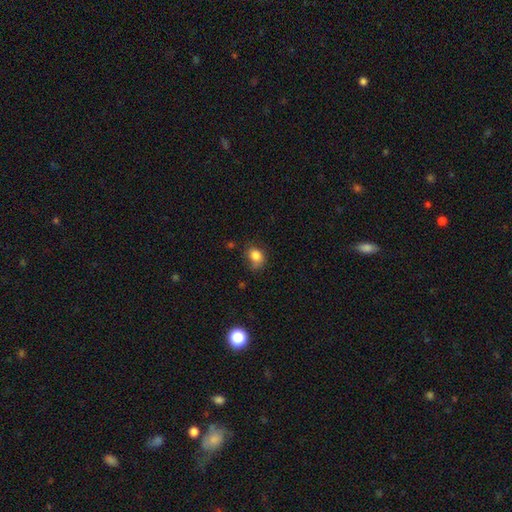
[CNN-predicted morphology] smooth_or_featured: smooth (p=0.82) [alt: star or artifact p=0.10]
how_rounded: in between (p=0.55) [alt: round p=0.44]
merging: none (p=0.54) [alt: minor disturbance p=0.32]